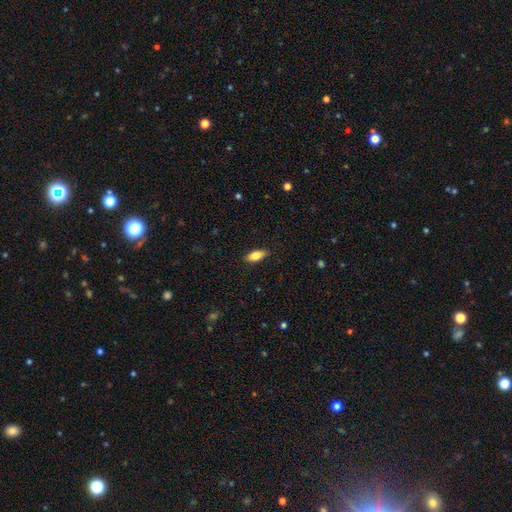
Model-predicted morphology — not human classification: A smooth galaxy with no disk features (77%) that is in between round and cigar-shaped (83%). Merging: none (87%).